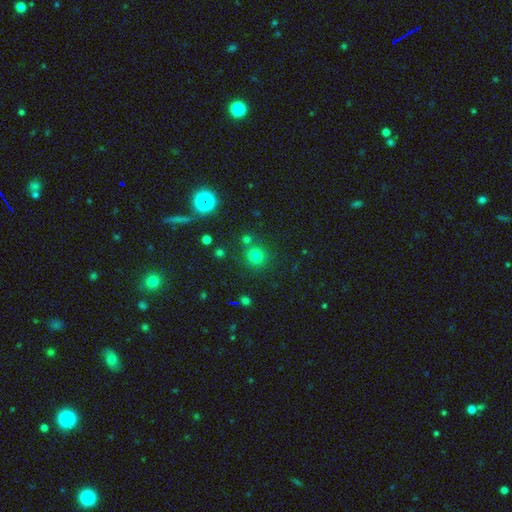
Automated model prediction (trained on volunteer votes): Smooth or featured? smooth (75%)
How rounded? round (92%)
Merging? none (79%)